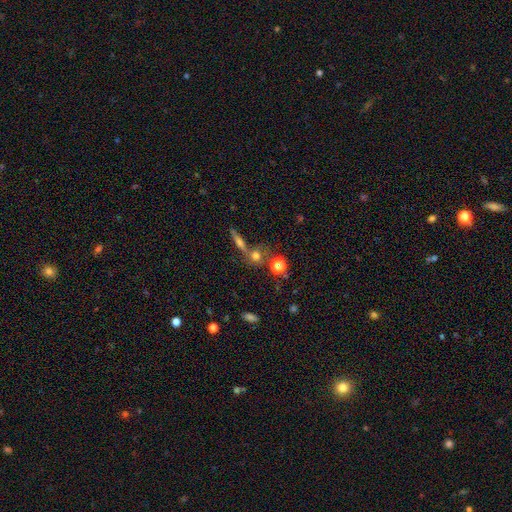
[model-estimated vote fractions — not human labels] Overall: smooth (60%; star or artifact 21%). How rounded: round (72%). Merging: none (55%; merger 31%).